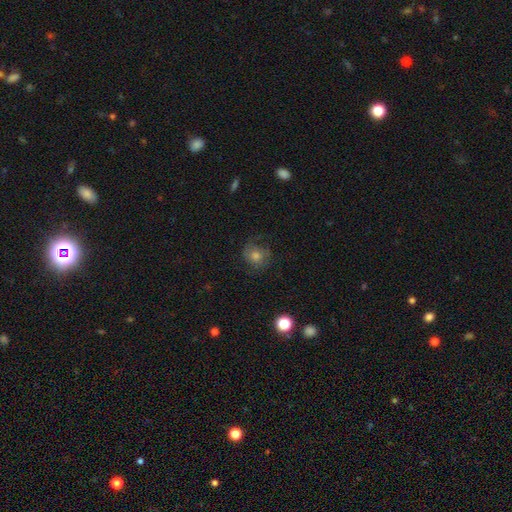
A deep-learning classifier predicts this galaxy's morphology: A smooth galaxy with no disk features (55%) that is round (79%). Merging: none (68%).